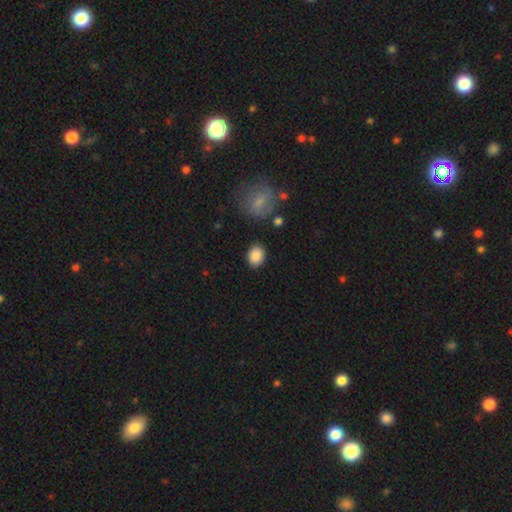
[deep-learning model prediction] Q: Smooth or featured?
A: smooth (88%); runner-up: star or artifact (8%)
Q: How rounded?
A: in between (59%); runner-up: round (40%)
Q: Merging?
A: none (87%); runner-up: minor disturbance (9%)